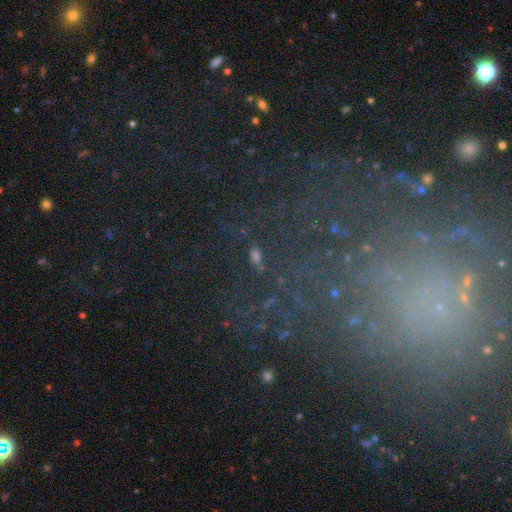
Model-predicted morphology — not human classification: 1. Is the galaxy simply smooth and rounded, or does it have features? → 45% star or artifact, 32% smooth, 23% featured or disk.